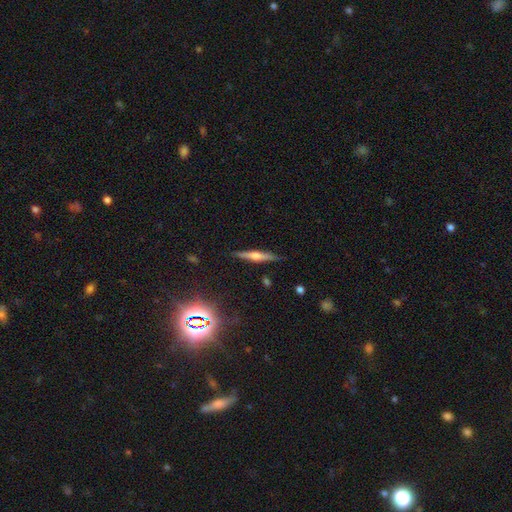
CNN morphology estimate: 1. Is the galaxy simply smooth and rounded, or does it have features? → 63% featured or disk, 28% smooth, 9% star or artifact.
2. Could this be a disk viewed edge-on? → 97% yes, 3% no.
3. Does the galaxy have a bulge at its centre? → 81% rounded, 11% boxy, 7% none.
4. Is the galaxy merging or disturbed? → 87% none, 9% minor disturbance, 2% major disturbance, 1% merger.